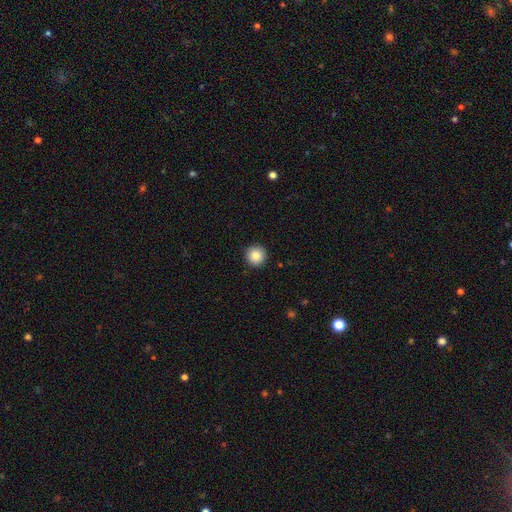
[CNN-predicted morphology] type=smooth (86%); roundness=round (96%); merging=none (93%).